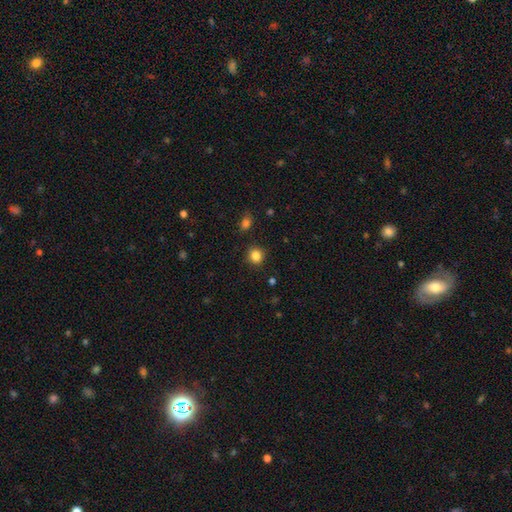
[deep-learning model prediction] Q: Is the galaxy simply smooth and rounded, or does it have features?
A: smooth — 84%.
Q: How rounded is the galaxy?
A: round — 85%.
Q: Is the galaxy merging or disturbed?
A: none — 88%.